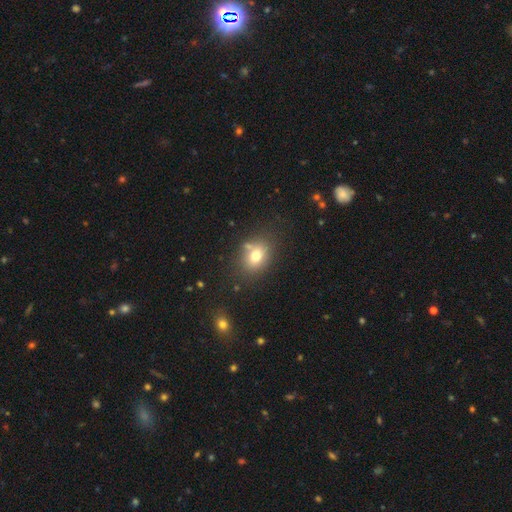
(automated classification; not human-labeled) The model was most divided on "how rounded": in between: 57%, round: 42%, cigar-shaped: 1%. More confident: smooth or featured — smooth (73%); merging — none (70%).